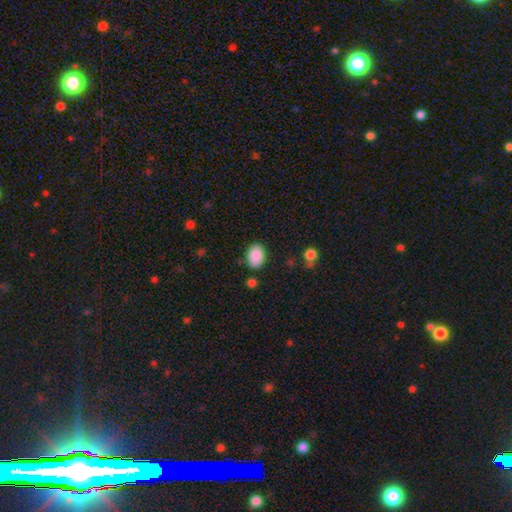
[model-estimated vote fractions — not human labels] Smooth or featured: smooth — 89% (star or artifact — 7%)
How rounded: in between — 84% (round — 15%)
Merging: none — 81% (minor disturbance — 13%)